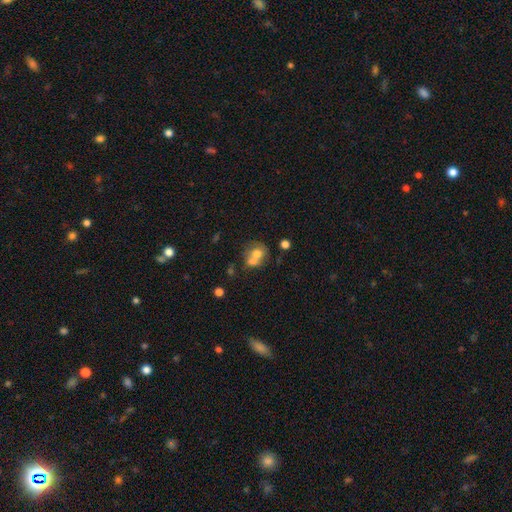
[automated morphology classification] smooth_or_featured: smooth (p=0.67) [alt: featured or disk p=0.23]
how_rounded: round (p=0.63) [alt: in between p=0.36]
merging: merger (p=0.57) [alt: none p=0.28]